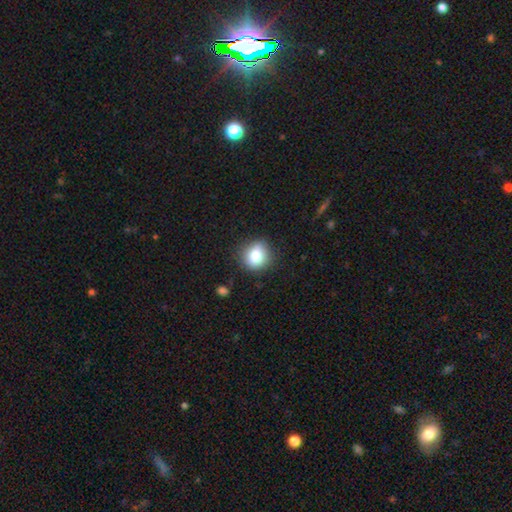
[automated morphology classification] A smooth galaxy with no disk features (81%) that is round (79%).

Vote fractions:
- Smooth or featured? smooth: 81% / star or artifact: 10% / featured or disk: 9%
- How rounded? round: 79% / in between: 20% / cigar-shaped: 1%
- Merging? none: 84% / minor disturbance: 11% / major disturbance: 3% / merger: 1%